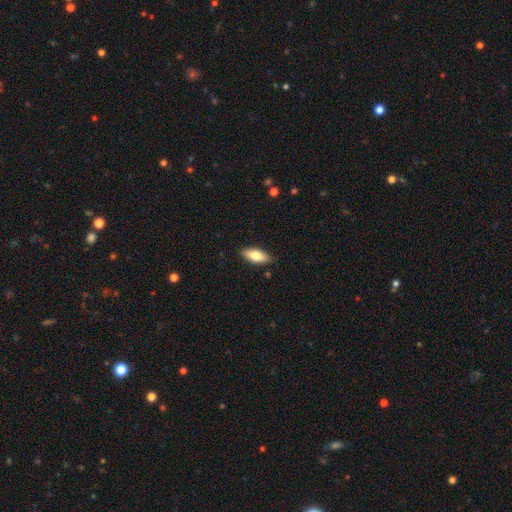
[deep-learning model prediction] Smooth or featured: smooth — 76% (featured or disk — 18%)
How rounded: in between — 78% (cigar-shaped — 19%)
Merging: none — 86% (minor disturbance — 11%)